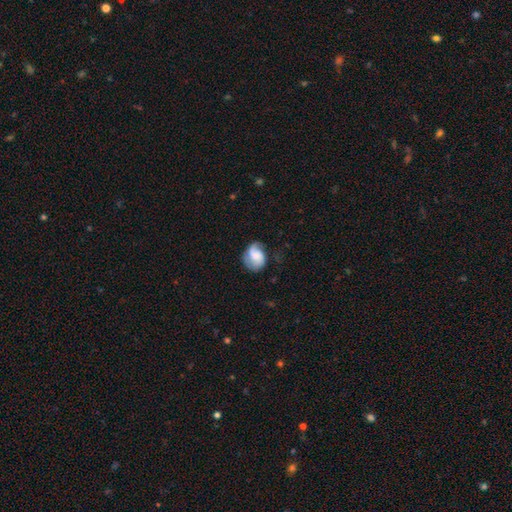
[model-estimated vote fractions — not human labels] Smooth or featured?
  - featured or disk: 53% *
  - smooth: 39%
  - star or artifact: 8%
Edge-on disk?
  - no: 98% *
  - yes: 2%
Bar?
  - no: 58% *
  - weak: 34%
  - strong: 9%
Spiral arms?
  - yes: 89% *
  - no: 11%
Bulge size?
  - small: 31% *
  - moderate: 27%
  - none: 25%
  - large: 14%
  - dominant: 4%
Merging?
  - none: 55% *
  - minor disturbance: 28%
  - major disturbance: 15%
  - merger: 2%